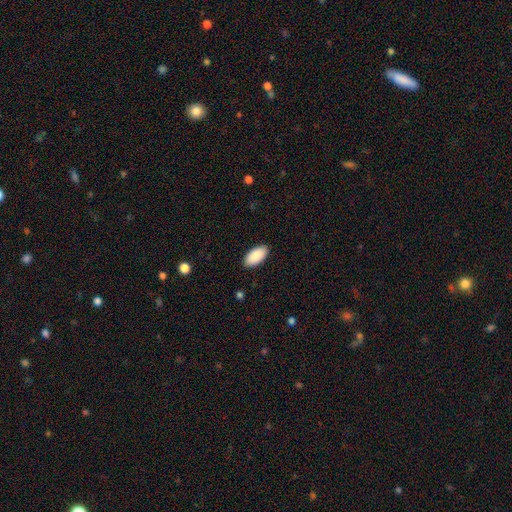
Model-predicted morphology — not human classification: smooth-or-featured: smooth: 91% | star or artifact: 6% | featured or disk: 3%
  how-rounded: in between: 96% | cigar-shaped: 2% | round: 2%
  merging: none: 89% | minor disturbance: 8% | major disturbance: 2% | merger: 1%